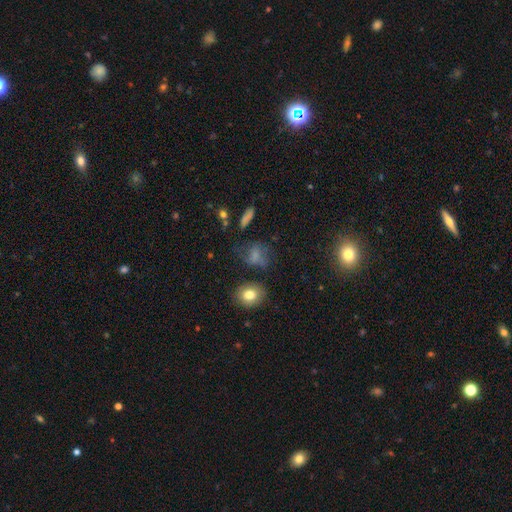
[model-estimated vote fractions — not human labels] The model was most divided on "how rounded": in between: 59%, round: 37%, cigar-shaped: 4%. Remaining: smooth or featured — smooth (65%); merging — none (48%).